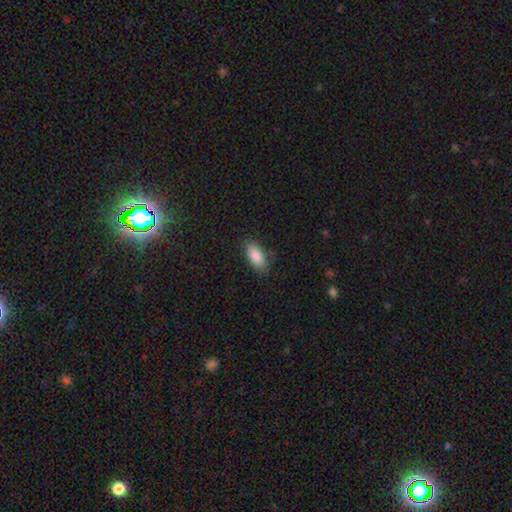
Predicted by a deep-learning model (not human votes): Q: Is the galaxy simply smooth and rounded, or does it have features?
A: smooth — 88%.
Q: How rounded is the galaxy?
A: in between — 88%.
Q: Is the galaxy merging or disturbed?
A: none — 83%.